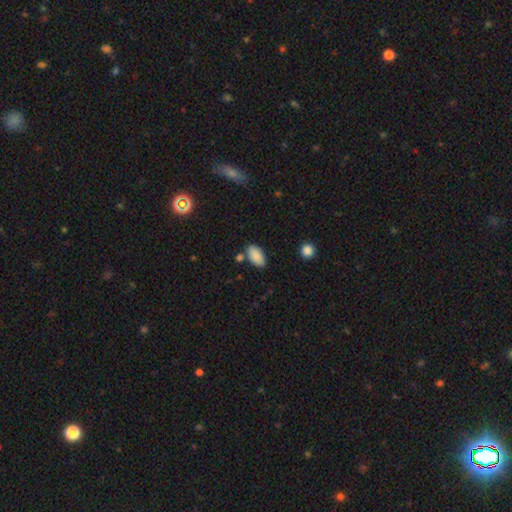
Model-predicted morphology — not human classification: Q: Smooth or featured?
A: smooth (88%); runner-up: star or artifact (7%)
Q: How rounded?
A: in between (94%); runner-up: round (3%)
Q: Merging?
A: none (75%); runner-up: minor disturbance (14%)